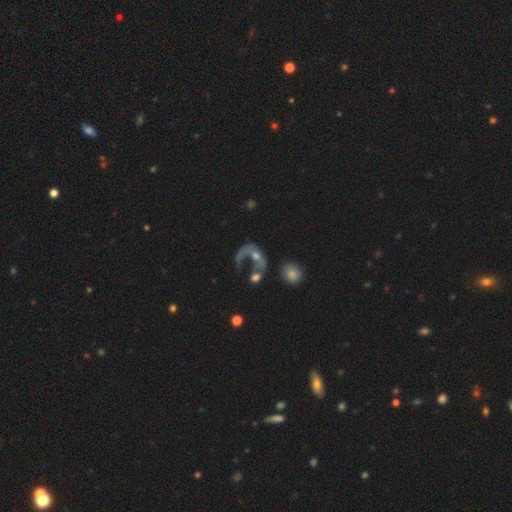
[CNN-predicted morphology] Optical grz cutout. It shows a featured or disk galaxy (57%) with no bar (78%), no spiral arms (51%) and a moderate central bulge (40%). Merging: major disturbance (45%).